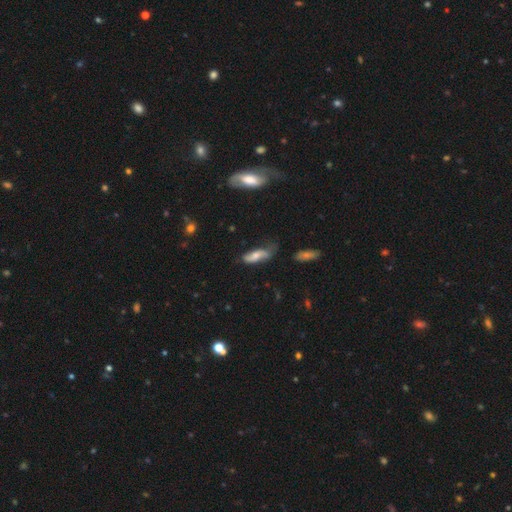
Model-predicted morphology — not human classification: Smooth or featured? Predicted: smooth (p=0.61). How rounded? Predicted: in between (p=0.67). Merging? Predicted: none (p=0.42).